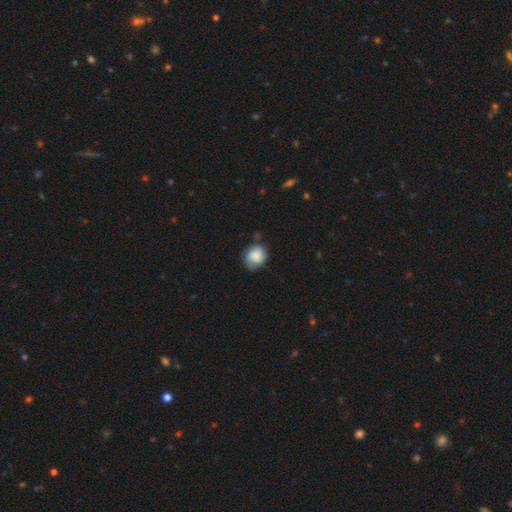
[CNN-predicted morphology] smooth_or_featured: smooth (p=0.79) [alt: featured or disk p=0.14]
how_rounded: round (p=0.62) [alt: in between p=0.38]
merging: none (p=0.61) [alt: minor disturbance p=0.29]